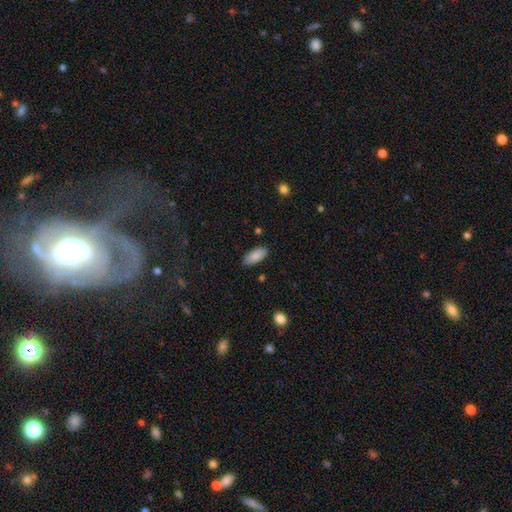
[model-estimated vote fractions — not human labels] Smooth or featured? smooth (88%)
How rounded? in between (88%)
Merging? none (87%)